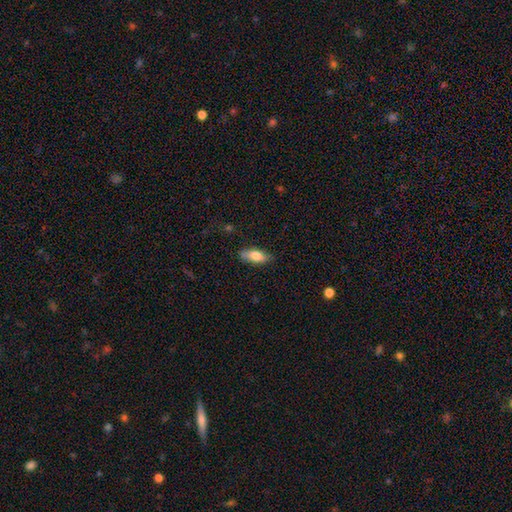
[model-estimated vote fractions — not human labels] Smooth or featured? smooth (75%)
How rounded? in between (73%)
Merging? none (82%)